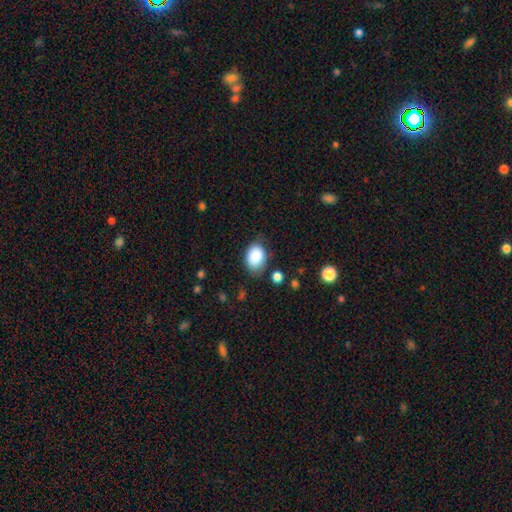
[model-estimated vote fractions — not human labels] Smooth or featured? smooth (85%)
How rounded? in between (73%)
Merging? none (73%)